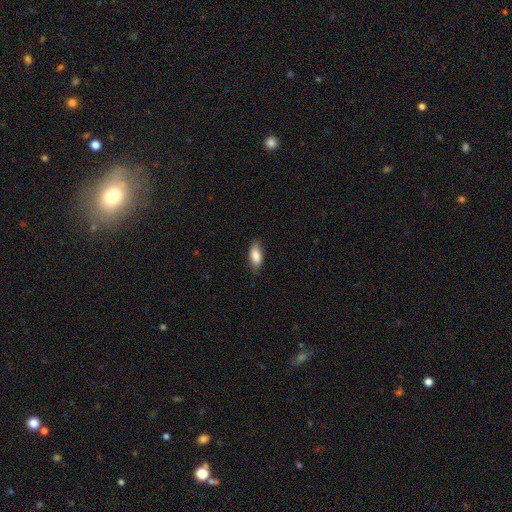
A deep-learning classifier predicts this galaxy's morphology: Smooth or featured? Predicted: smooth (p=0.84). How rounded? Predicted: in between (p=0.83). Merging? Predicted: none (p=0.79).